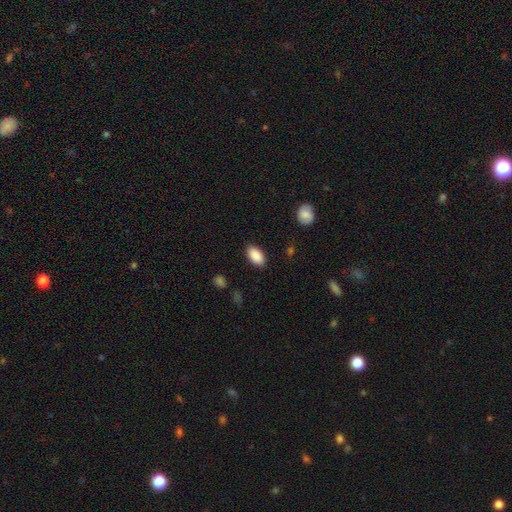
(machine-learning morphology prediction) Smooth or featured?
  - smooth: 90% *
  - star or artifact: 7%
  - featured or disk: 3%
How rounded?
  - in between: 94% *
  - round: 4%
  - cigar-shaped: 2%
Merging?
  - none: 88% *
  - minor disturbance: 9%
  - major disturbance: 2%
  - merger: 1%